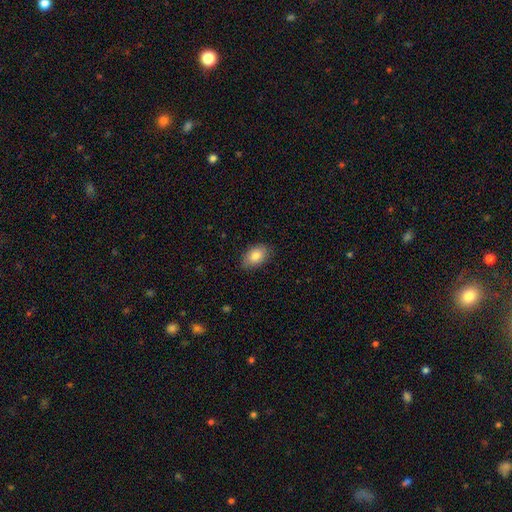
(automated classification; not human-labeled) The model was most divided on "merging": none: 81%, minor disturbance: 15%, major disturbance: 3%, merger: 1%. More confident: how rounded — in between (88%); smooth or featured — smooth (83%).